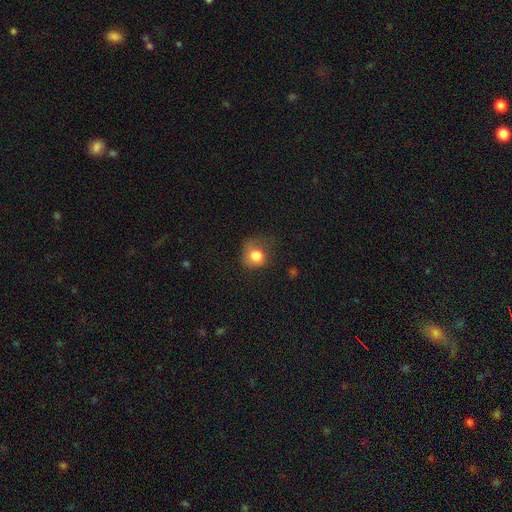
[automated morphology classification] This appears to be a smooth galaxy with no disk features (79%) that is round (70%). Merging: none (39%).